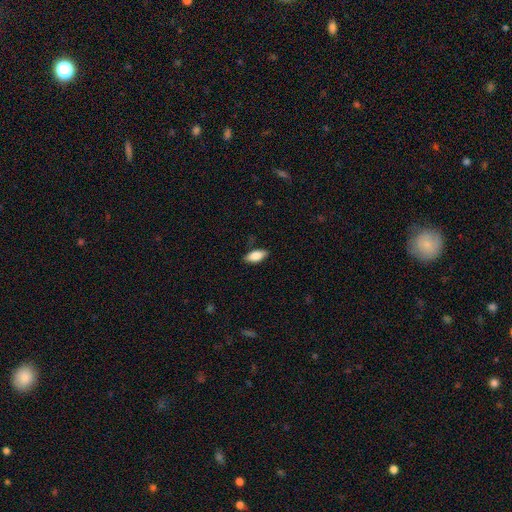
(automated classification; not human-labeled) Morphology: type=smooth (85%); roundness=in between (87%); merging=none (84%).